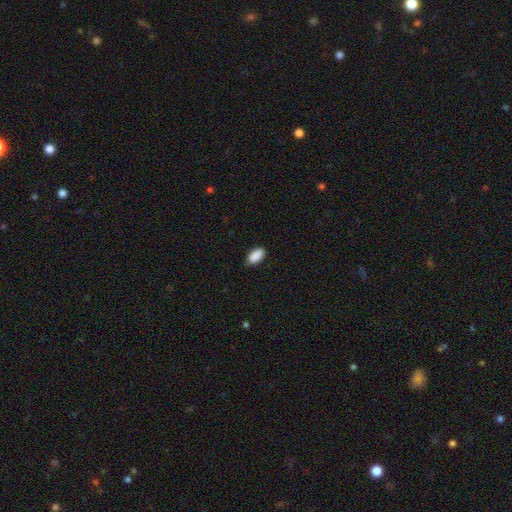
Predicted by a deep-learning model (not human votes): Overall: smooth (90%). How rounded: in between (93%). Merging: none (79%).